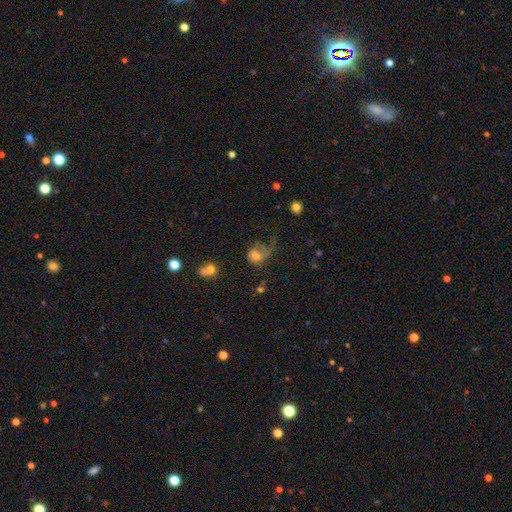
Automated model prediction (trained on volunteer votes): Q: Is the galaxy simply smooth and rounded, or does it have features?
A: smooth — 66%.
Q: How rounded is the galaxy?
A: in between — 50%.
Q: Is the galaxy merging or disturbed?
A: major disturbance — 45%.